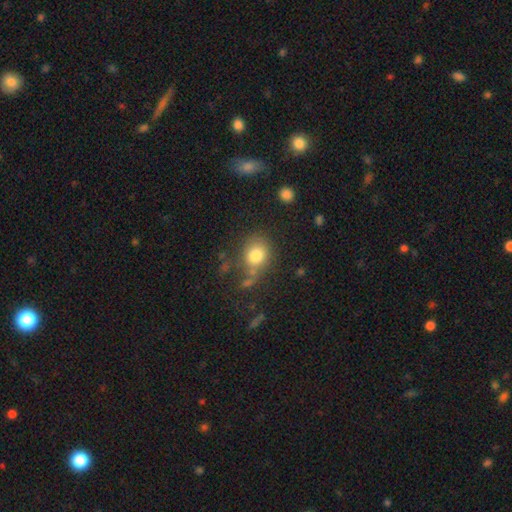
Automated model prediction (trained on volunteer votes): smooth-or-featured: smooth: 79% | star or artifact: 11% | featured or disk: 10%
  how-rounded: round: 64% | in between: 34% | cigar-shaped: 1%
  merging: none: 63% | minor disturbance: 19% | merger: 9% | major disturbance: 9%